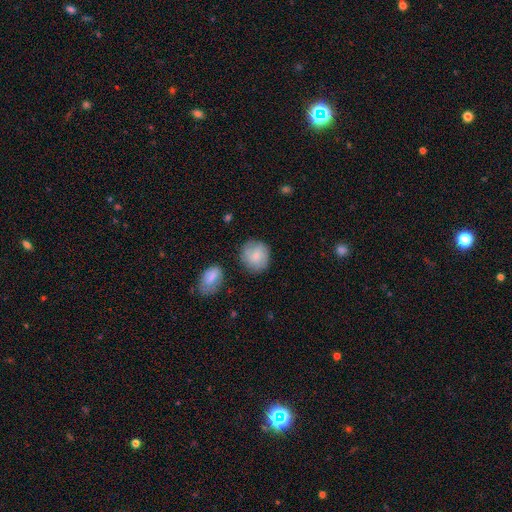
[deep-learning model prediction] Morphology: type=smooth (74%); roundness=round (83%); merging=none (76%).